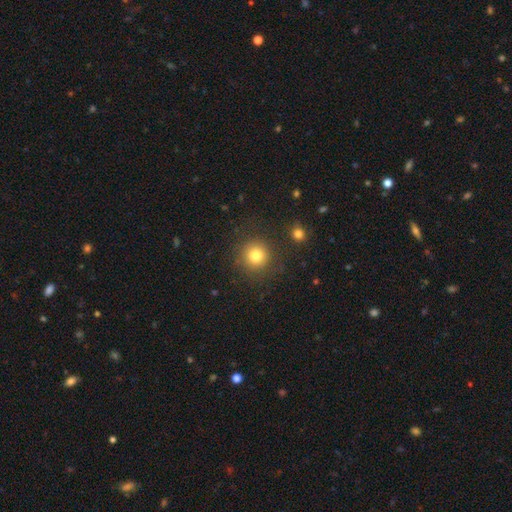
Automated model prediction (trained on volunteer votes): A smooth galaxy with no disk features (79%) that is round (94%).

Vote fractions:
- Smooth or featured? smooth: 79% / star or artifact: 13% / featured or disk: 8%
- How rounded? round: 94% / in between: 5% / cigar-shaped: 1%
- Merging? none: 87% / minor disturbance: 7% / major disturbance: 3% / merger: 2%